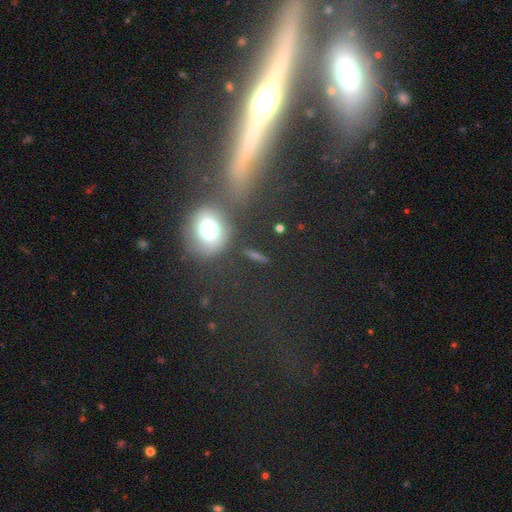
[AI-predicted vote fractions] A smooth galaxy with no disk features (48%).

Vote fractions:
- Smooth or featured? smooth: 48% / featured or disk: 35% / star or artifact: 17%
- Merging? none: 64% / merger: 14% / minor disturbance: 12% / major disturbance: 9%